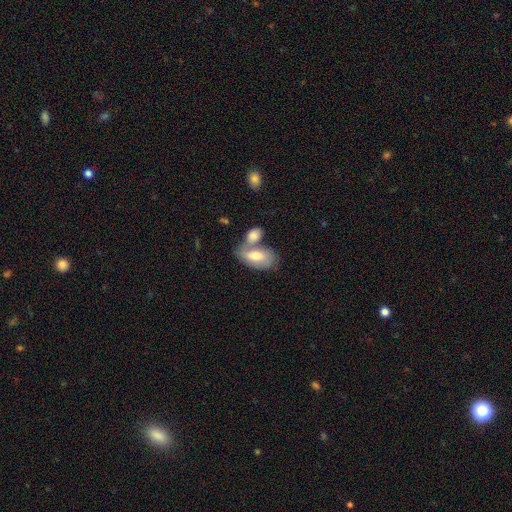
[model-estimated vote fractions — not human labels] smooth-or-featured: smooth: 65% | featured or disk: 29% | star or artifact: 6%
  how-rounded: in between: 91% | round: 5% | cigar-shaped: 5%
  merging: merger: 51% | none: 31% | minor disturbance: 12% | major disturbance: 5%